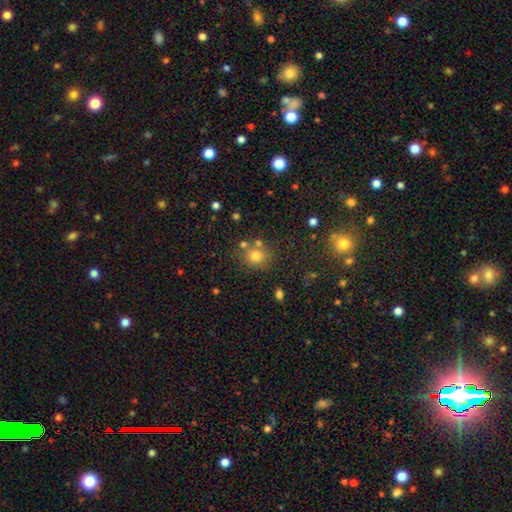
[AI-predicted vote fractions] smooth 76%, star or artifact 15%, featured or disk 10%. Down the decision tree: how rounded — round (78%); merging — none (69%).